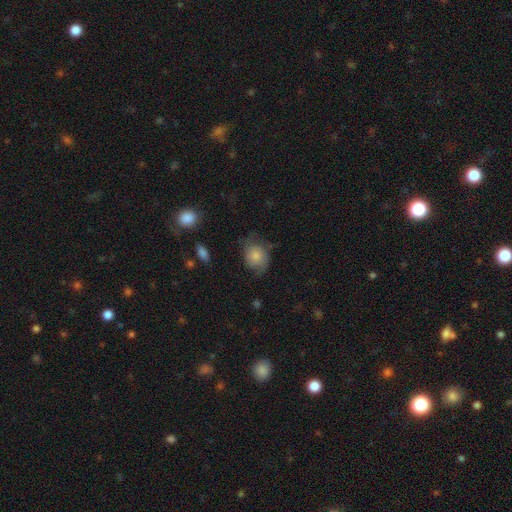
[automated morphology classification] smooth_or_featured: smooth (p=0.70) [alt: featured or disk p=0.22]
how_rounded: round (p=0.59) [alt: in between p=0.40]
merging: none (p=0.58) [alt: minor disturbance p=0.29]